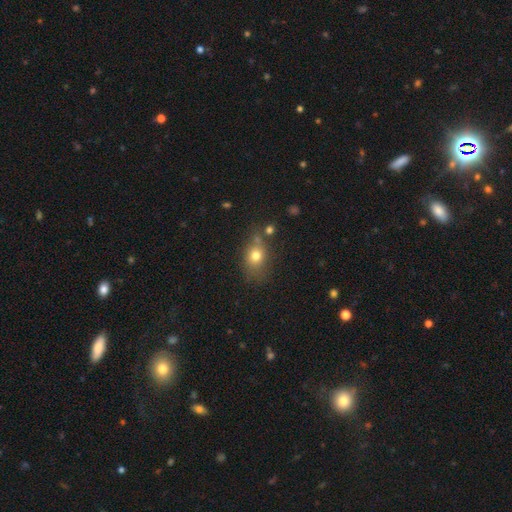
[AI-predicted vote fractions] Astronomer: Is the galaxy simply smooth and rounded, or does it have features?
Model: smooth — 76%.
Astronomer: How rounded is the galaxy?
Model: in between — 55% (runner-up: round, 44%).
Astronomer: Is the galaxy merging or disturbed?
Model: none — 62%.